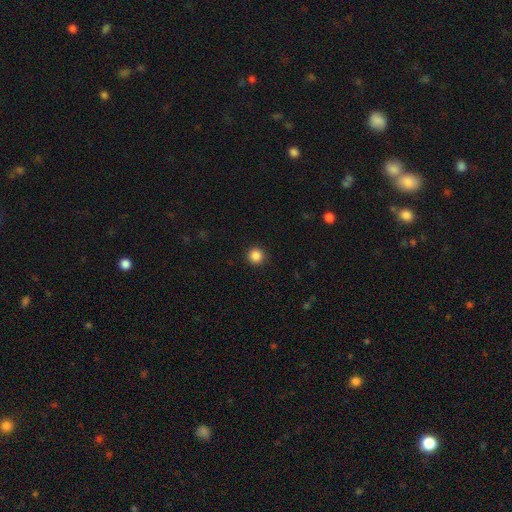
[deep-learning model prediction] A smooth galaxy with no disk features (86%) that is round (96%). Merging: none (93%).